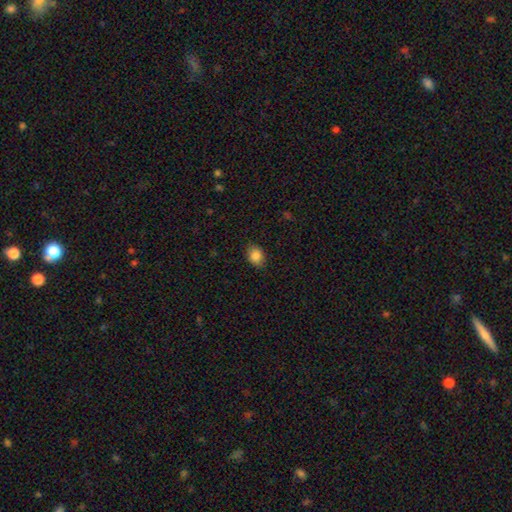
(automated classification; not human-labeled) This appears to be a smooth galaxy with no disk features (87%) that is in between round and cigar-shaped (60%). Merging: none (83%).